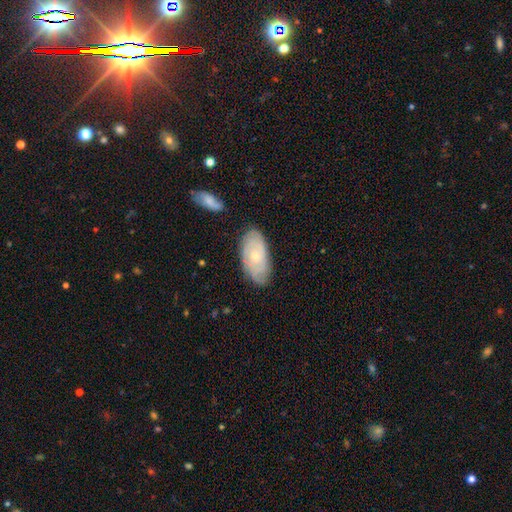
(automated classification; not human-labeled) Smooth or featured? featured or disk (54%)
Edge-on disk? no (92%)
Merging? none (77%)